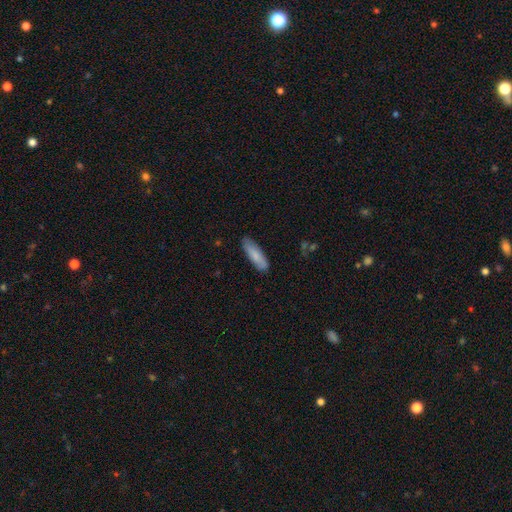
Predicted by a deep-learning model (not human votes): Smooth or featured? Predicted: smooth (p=0.81). How rounded? Predicted: cigar-shaped (p=0.60). Merging? Predicted: none (p=0.83).